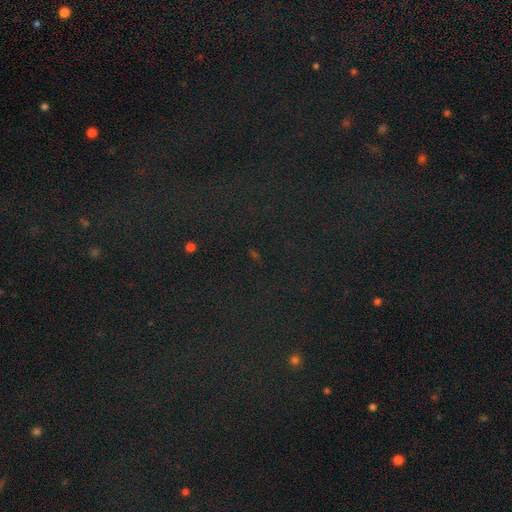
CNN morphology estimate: Smooth or featured?
  - star or artifact: 82% *
  - smooth: 11%
  - featured or disk: 7%